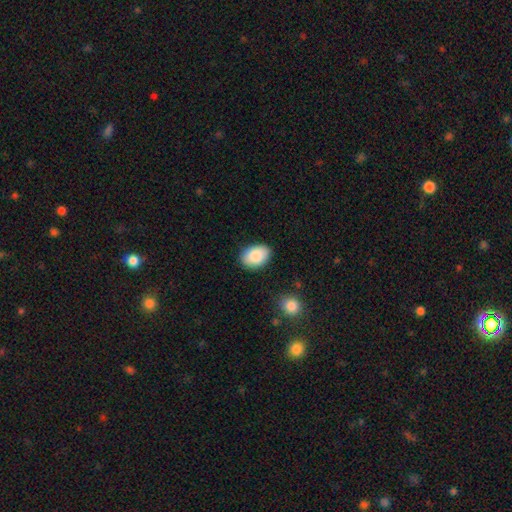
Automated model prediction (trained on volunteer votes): smooth_or_featured: smooth (p=0.88) [alt: star or artifact p=0.06]
how_rounded: in between (p=0.85) [alt: round p=0.14]
merging: none (p=0.86) [alt: minor disturbance p=0.10]